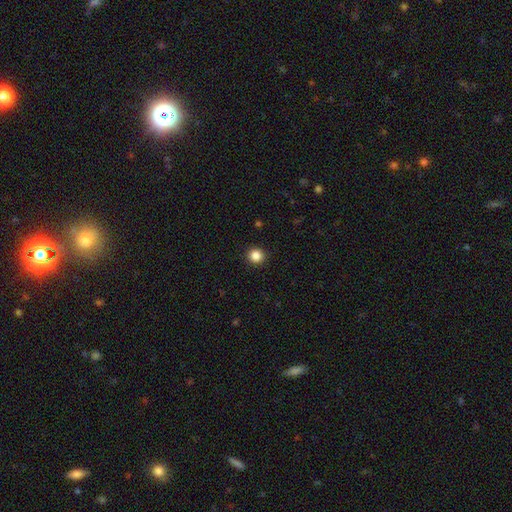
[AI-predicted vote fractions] The model was most divided on "smooth or featured": smooth: 86%, star or artifact: 11%, featured or disk: 3%. More confident: how rounded — round (94%); merging — none (93%).